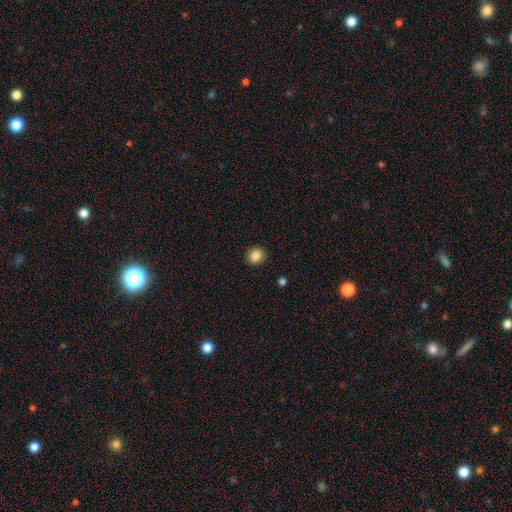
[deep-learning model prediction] Morphology: type=smooth (85%); roundness=round (81%); merging=none (91%).